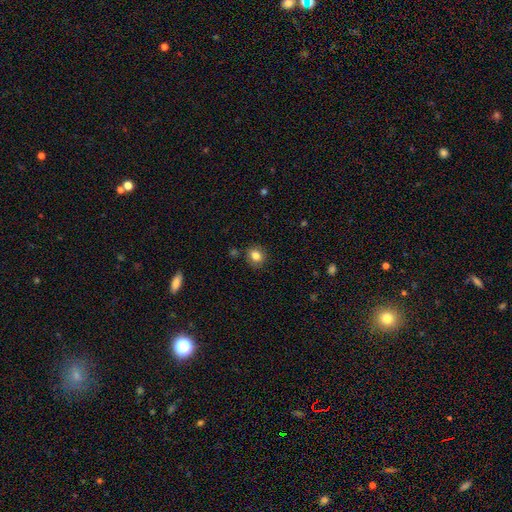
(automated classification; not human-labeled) Smooth or featured? Predicted: smooth (p=0.82). How rounded? Predicted: round (p=0.66). Merging? Predicted: none (p=0.82).